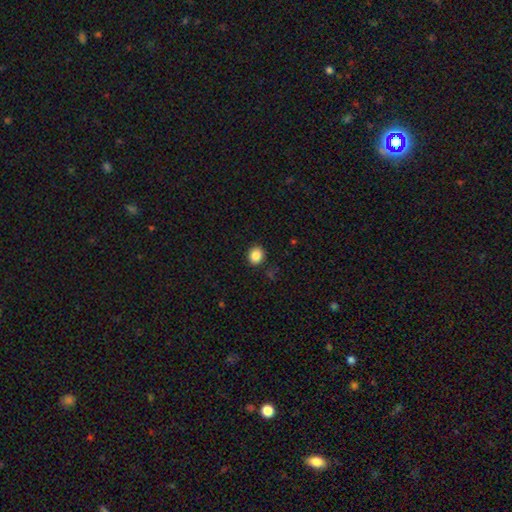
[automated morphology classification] Overall: smooth (85%). How rounded: round (77%). Merging: none (90%).